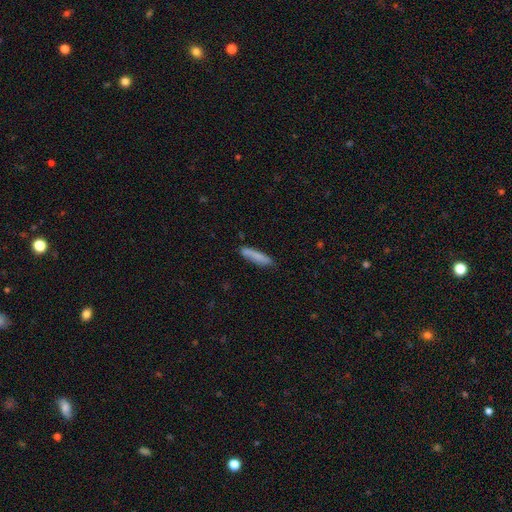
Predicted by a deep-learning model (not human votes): A smooth galaxy with no disk features (79%) that is cigar-shaped (82%).

Vote fractions:
- Smooth or featured? smooth: 79% / featured or disk: 14% / star or artifact: 6%
- How rounded? cigar-shaped: 82% / in between: 17% / round: 2%
- Merging? none: 79% / minor disturbance: 15% / major disturbance: 3% / merger: 2%